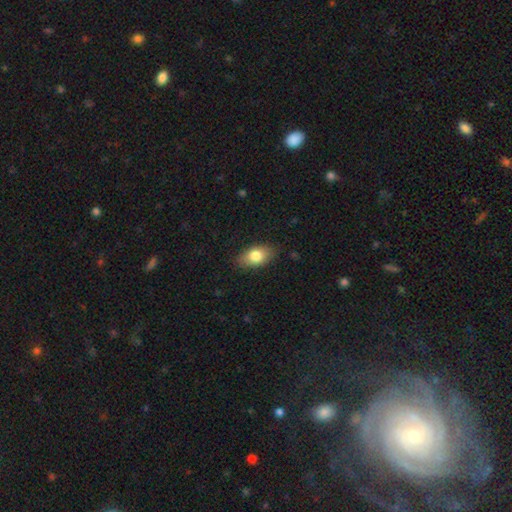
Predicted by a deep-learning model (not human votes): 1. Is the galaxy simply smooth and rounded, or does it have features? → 79% smooth, 13% featured or disk, 7% star or artifact.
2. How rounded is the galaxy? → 88% in between, 8% round, 4% cigar-shaped.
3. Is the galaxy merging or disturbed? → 83% none, 13% minor disturbance, 3% major disturbance, 1% merger.